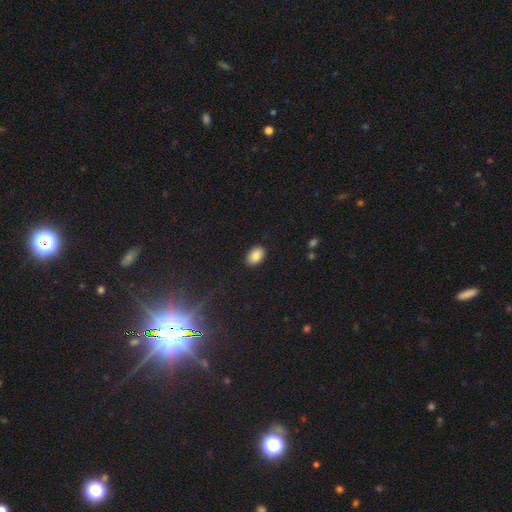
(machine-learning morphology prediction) smooth_or_featured: smooth (p=0.86) [alt: star or artifact p=0.08]
how_rounded: in between (p=0.85) [alt: round p=0.14]
merging: none (p=0.89) [alt: minor disturbance p=0.08]